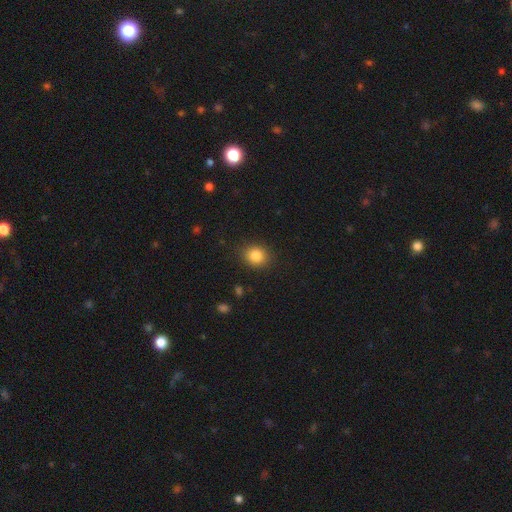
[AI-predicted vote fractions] Overall: smooth (84%). How rounded: round (72%). Merging: none (88%).